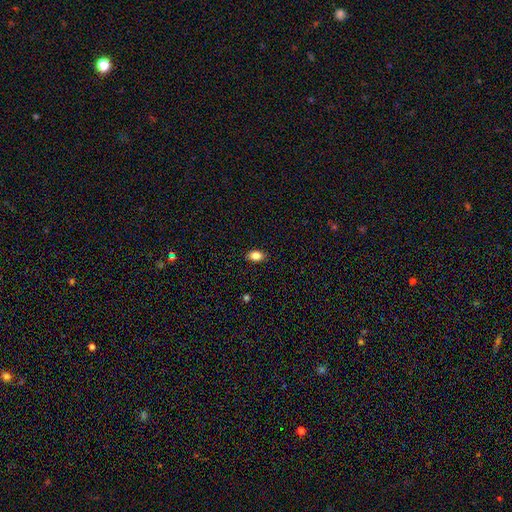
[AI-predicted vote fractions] smooth-or-featured: smooth: 84% | star or artifact: 9% | featured or disk: 7%
  how-rounded: in between: 84% | round: 15% | cigar-shaped: 2%
  merging: none: 88% | minor disturbance: 9% | major disturbance: 2% | merger: 1%